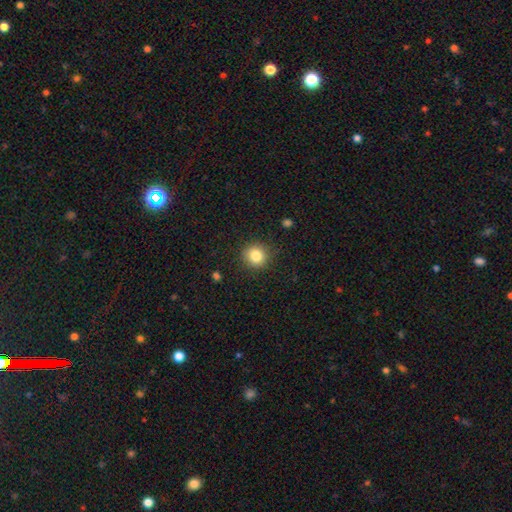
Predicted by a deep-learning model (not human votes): Overall: smooth (83%). How rounded: round (90%). Merging: none (88%).